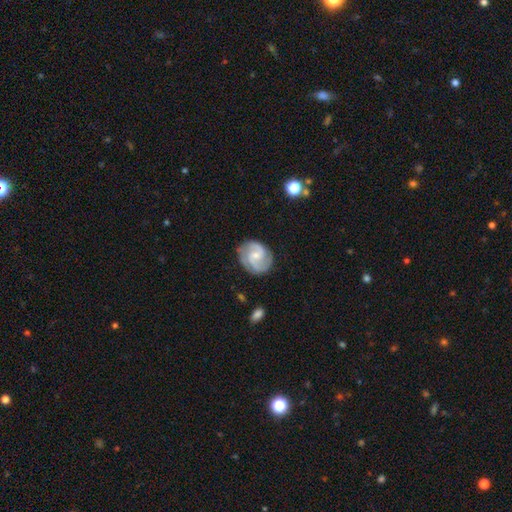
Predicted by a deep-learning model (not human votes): A featured or disk galaxy (84%) with no bar (46%), 2 (85%) medium (52%) spiral arms (97%) and a small central bulge (58%). Merging: none (80%).